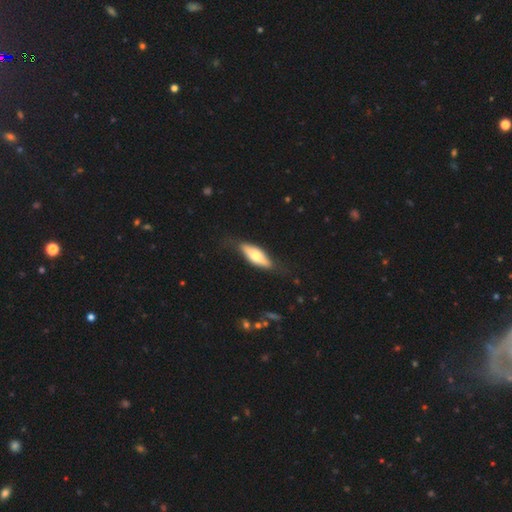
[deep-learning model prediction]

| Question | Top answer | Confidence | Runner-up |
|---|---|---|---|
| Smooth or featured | smooth | 55% | featured or disk (40%) |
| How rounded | in between | 63% | cigar-shaped (35%) |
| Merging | none | 70% | minor disturbance (21%) |